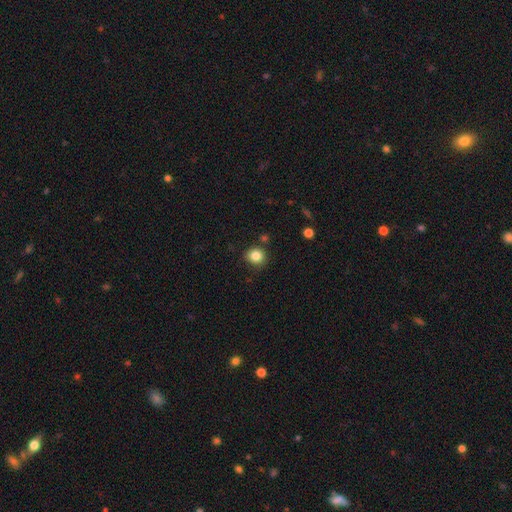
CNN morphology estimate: This is clearly a smooth galaxy (85%). How rounded: clearly round (85%). Merging: clearly none (83%).